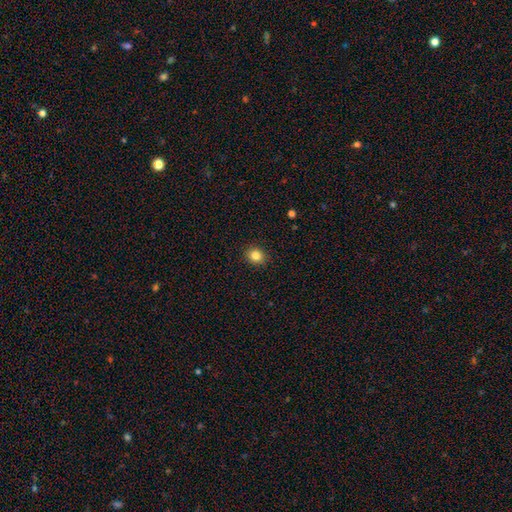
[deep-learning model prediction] Smooth or featured: smooth — 84% (star or artifact — 11%)
How rounded: round — 71% (in between — 28%)
Merging: none — 91% (minor disturbance — 6%)